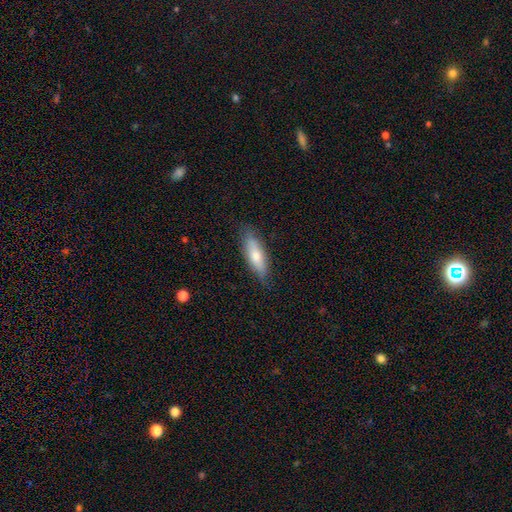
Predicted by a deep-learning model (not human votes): Overall: smooth (62%; featured or disk 31%). How rounded: cigar-shaped (55%; in between 43%). Merging: none (84%).